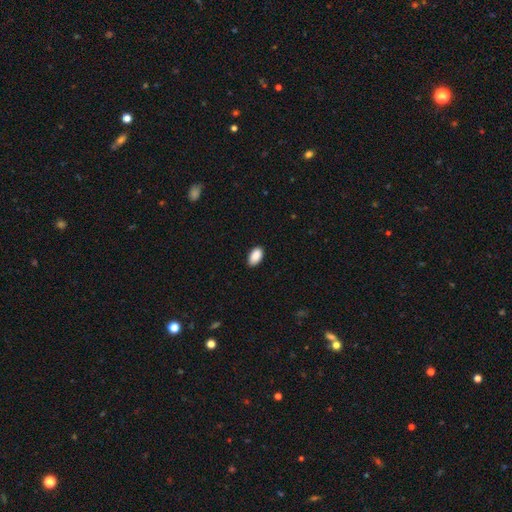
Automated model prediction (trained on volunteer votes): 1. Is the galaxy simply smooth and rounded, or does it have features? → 90% smooth, 7% star or artifact, 3% featured or disk.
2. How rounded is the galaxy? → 94% in between, 4% round, 2% cigar-shaped.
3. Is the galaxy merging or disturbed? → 86% none, 11% minor disturbance, 2% major disturbance, 1% merger.